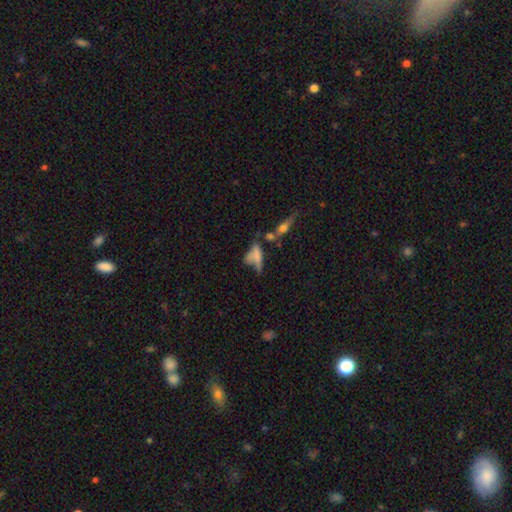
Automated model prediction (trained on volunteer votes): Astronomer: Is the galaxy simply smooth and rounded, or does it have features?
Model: smooth — 57%.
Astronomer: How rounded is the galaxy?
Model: in between — 58% (runner-up: cigar-shaped, 38%).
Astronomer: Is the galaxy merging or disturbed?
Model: merger — 30% (runner-up: none, 26%).